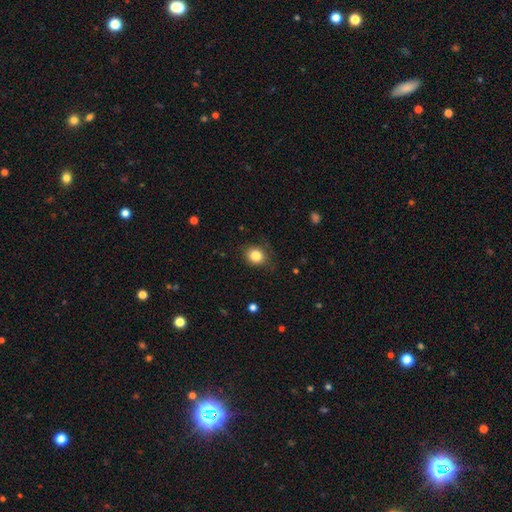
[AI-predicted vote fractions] Overall: smooth (84%). How rounded: round (70%). Merging: none (81%).